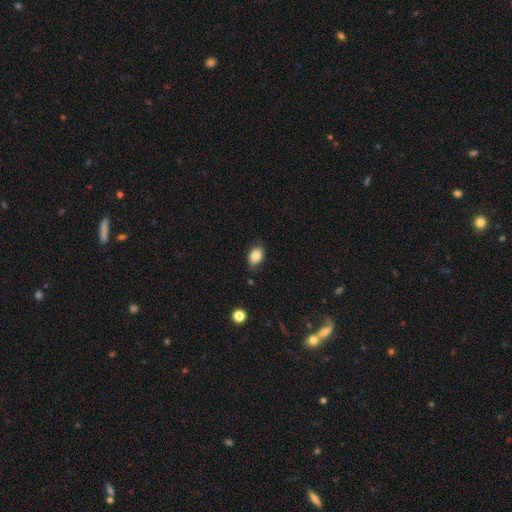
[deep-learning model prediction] The model was most divided on "merging": none: 79%, minor disturbance: 16%, major disturbance: 3%, merger: 2%. More confident: smooth or featured — smooth (85%); how rounded — in between (82%).